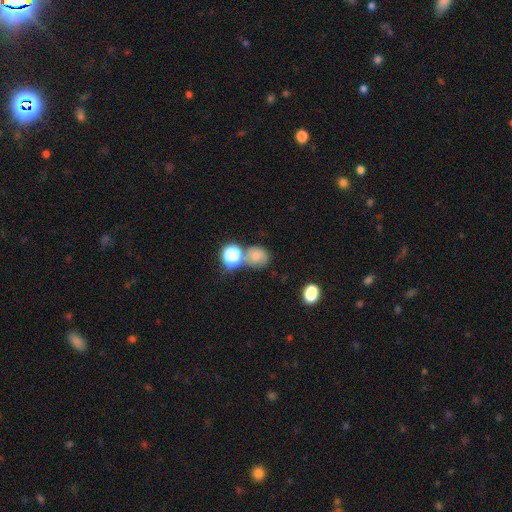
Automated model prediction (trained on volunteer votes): Morphology: type=smooth (67%); roundness=round (67%); merging=none (47%).